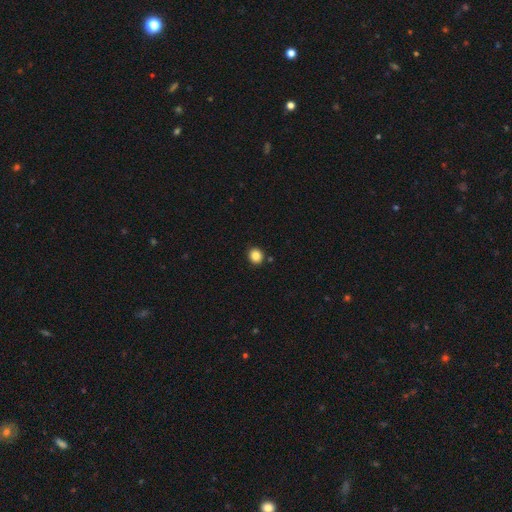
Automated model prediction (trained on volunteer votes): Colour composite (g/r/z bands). It shows a smooth galaxy with no disk features (85%) that is round (84%). Merging: none (89%).